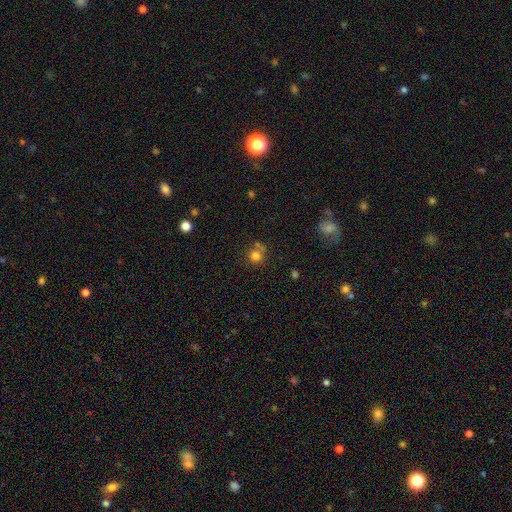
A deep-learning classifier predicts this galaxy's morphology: Q: Smooth or featured?
A: smooth (79%); runner-up: star or artifact (13%)
Q: How rounded?
A: round (90%); runner-up: in between (9%)
Q: Merging?
A: none (64%); runner-up: merger (18%)